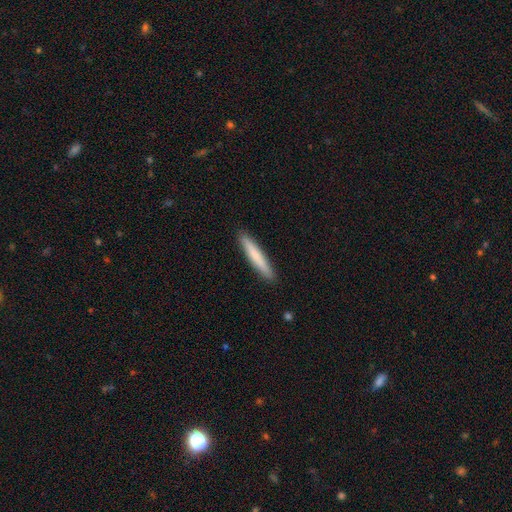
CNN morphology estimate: This appears to be a smooth galaxy with no disk features (73%) that is cigar-shaped (95%). Merging: none (92%).